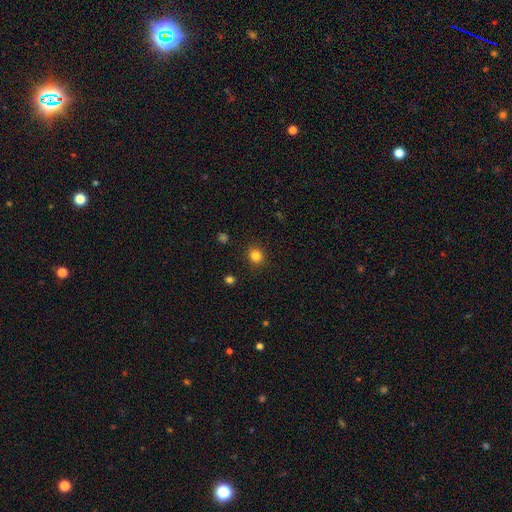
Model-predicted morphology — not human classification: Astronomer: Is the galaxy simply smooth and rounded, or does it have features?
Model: smooth — 83%.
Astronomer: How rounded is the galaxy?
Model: round — 83%.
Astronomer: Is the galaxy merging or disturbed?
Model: none — 90%.